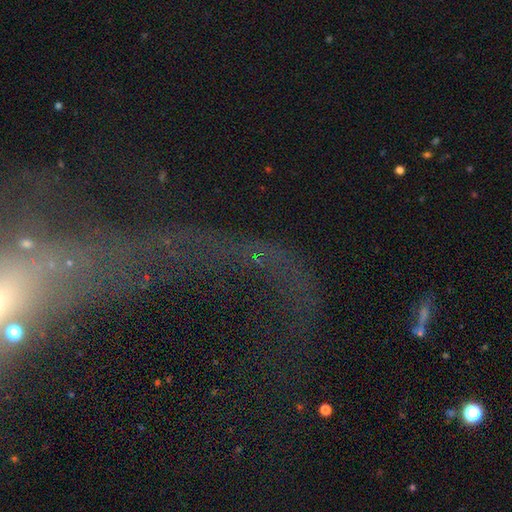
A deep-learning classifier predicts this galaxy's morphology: Smooth or featured? star or artifact (66%)